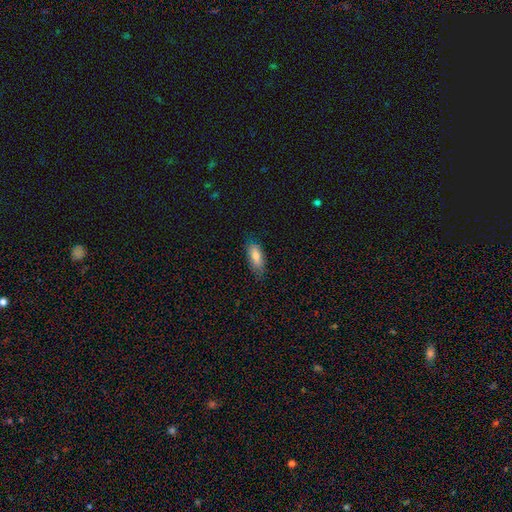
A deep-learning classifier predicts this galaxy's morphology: Smooth or featured: smooth — 73% (featured or disk — 19%)
How rounded: in between — 70% (cigar-shaped — 28%)
Merging: none — 78% (minor disturbance — 17%)